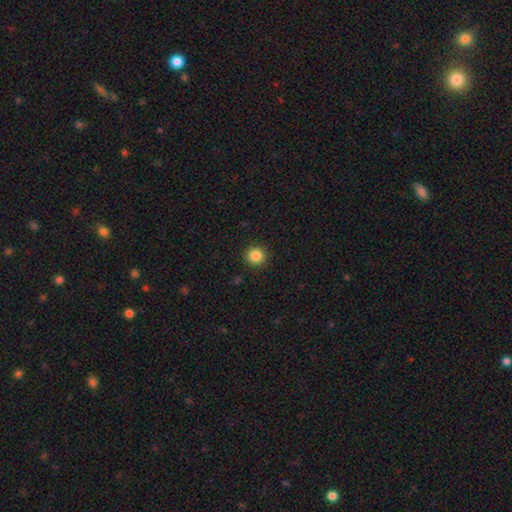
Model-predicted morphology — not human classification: smooth-or-featured: smooth: 86% | star or artifact: 10% | featured or disk: 4%
  how-rounded: round: 94% | in between: 5% | cigar-shaped: 1%
  merging: none: 92% | minor disturbance: 5% | major disturbance: 2% | merger: 1%